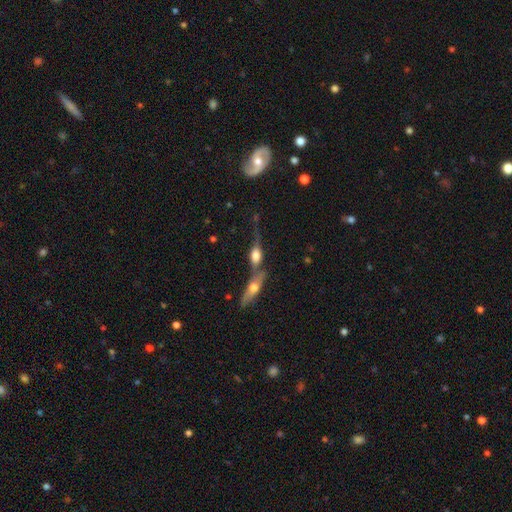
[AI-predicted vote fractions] A featured or disk galaxy (49%).

Vote fractions:
- Smooth or featured? featured or disk: 49% / smooth: 42% / star or artifact: 9%
- Merging? merger: 51% / none: 31% / minor disturbance: 11% / major disturbance: 7%